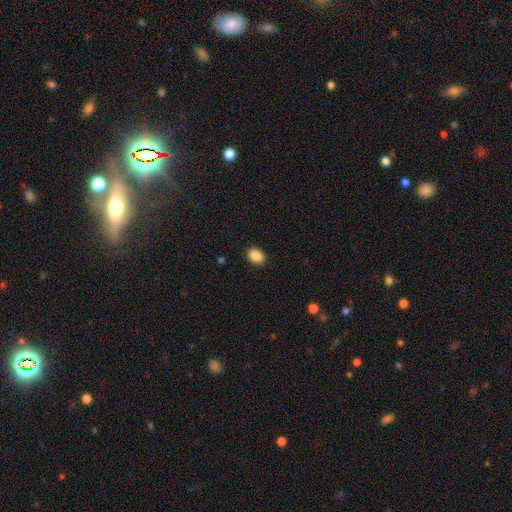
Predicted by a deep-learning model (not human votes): This is clearly a smooth galaxy (89%). How rounded: clearly in between (83%). Merging: clearly none (90%).